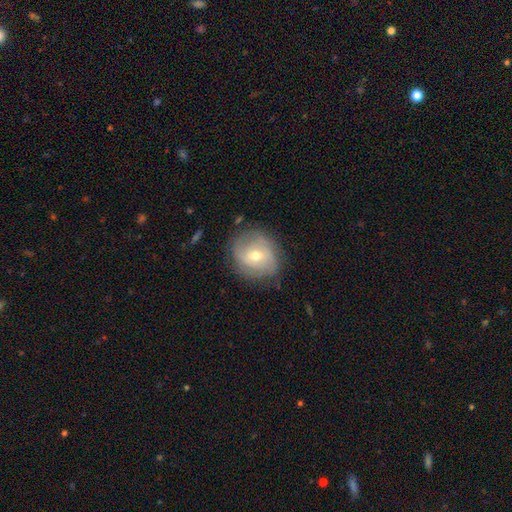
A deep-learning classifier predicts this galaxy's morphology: A featured or disk galaxy (61%) with no bar (48%), spiral arms (78%) and a moderate central bulge (66%).

Vote fractions:
- Smooth or featured? featured or disk: 61% / smooth: 32% / star or artifact: 8%
- Edge-on disk? no: 96% / yes: 4%
- Bar? no: 48% / weak: 41% / strong: 11%
- Spiral arms? yes: 78% / no: 22%
- Bulge size? moderate: 66% / small: 29% / large: 3% / none: 1% / dominant: 1%
- Merging? none: 75% / minor disturbance: 18% / major disturbance: 6% / merger: 1%